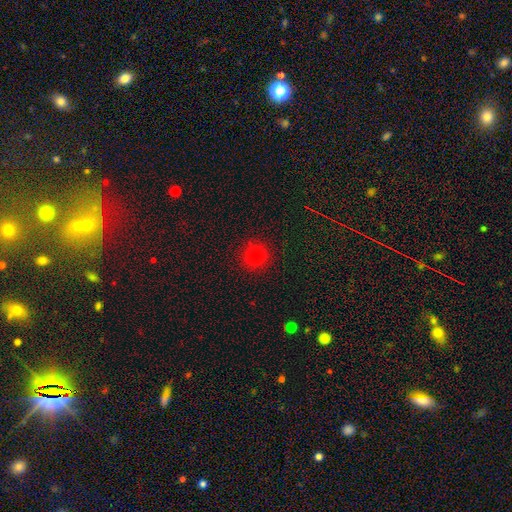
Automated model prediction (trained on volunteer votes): smooth_or_featured: smooth (p=0.78) [alt: star or artifact p=0.16]
how_rounded: round (p=0.93) [alt: in between p=0.06]
merging: none (p=0.91) [alt: minor disturbance p=0.06]